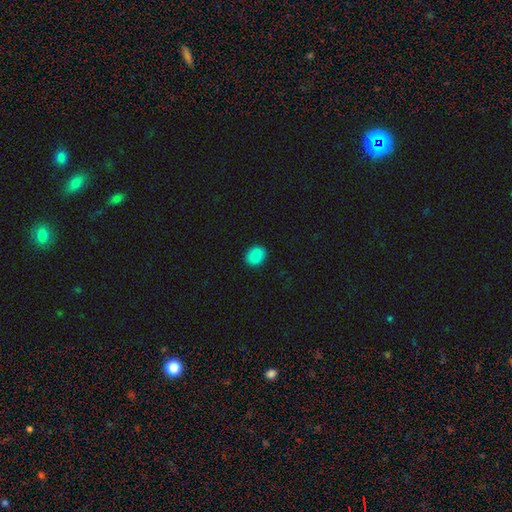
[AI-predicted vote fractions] Q: Smooth or featured?
A: smooth (88%); runner-up: star or artifact (9%)
Q: How rounded?
A: round (58%); runner-up: in between (41%)
Q: Merging?
A: none (90%); runner-up: minor disturbance (7%)